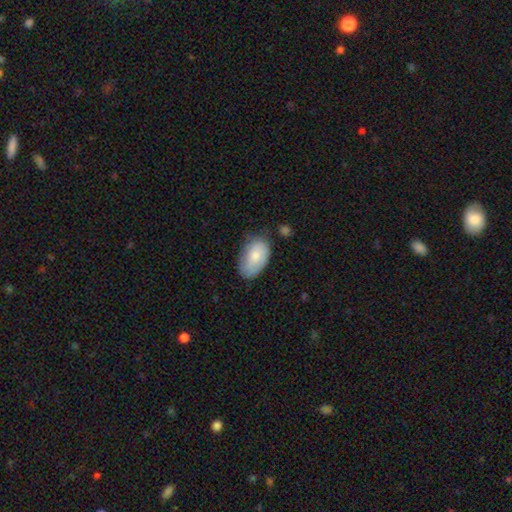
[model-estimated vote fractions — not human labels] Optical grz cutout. It shows a smooth galaxy with no disk features (76%) that is in between round and cigar-shaped (93%). Merging: none (63%).